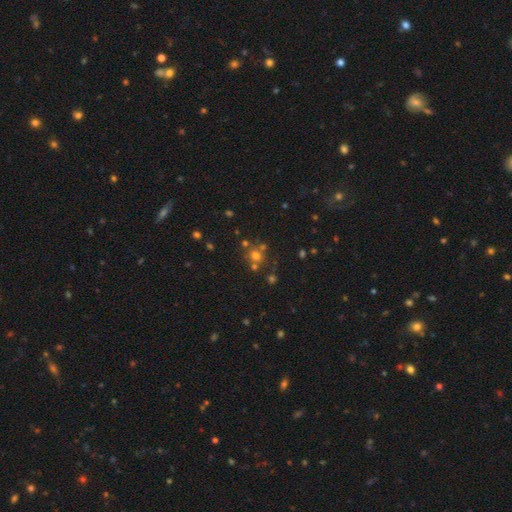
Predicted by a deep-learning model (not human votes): Smooth or featured: smooth — 60% (star or artifact — 27%)
How rounded: round — 88% (in between — 11%)
Merging: none — 66% (merger — 21%)